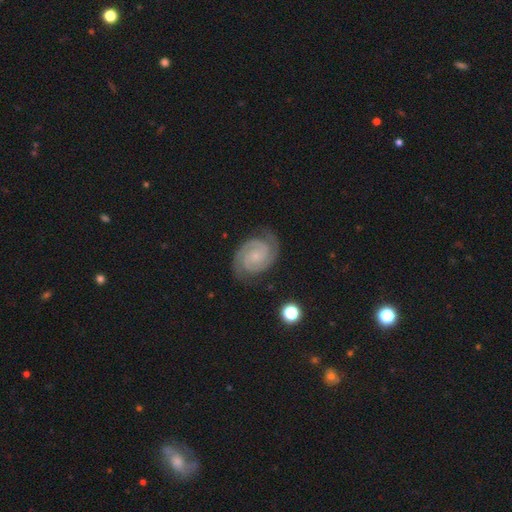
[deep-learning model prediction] smooth-or-featured: featured or disk: 91% | star or artifact: 5% | smooth: 4%
  disk-edge-on: no: 98% | yes: 2%
    bar: no: 66% | weak: 27% | strong: 8%
    has-spiral-arms: yes: 99% | no: 1%
      spiral-winding: tight: 69% | medium: 27% | loose: 3%
      spiral-arm-count: 2: 91% | 3: 3% | can't tell: 2% | 1: 1% | 4: 1% | more than 4: 1%
    bulge-size: small: 69% | none: 15% | moderate: 13% | large: 1% | dominant: 1%
  merging: none: 83% | minor disturbance: 12% | major disturbance: 3% | merger: 1%